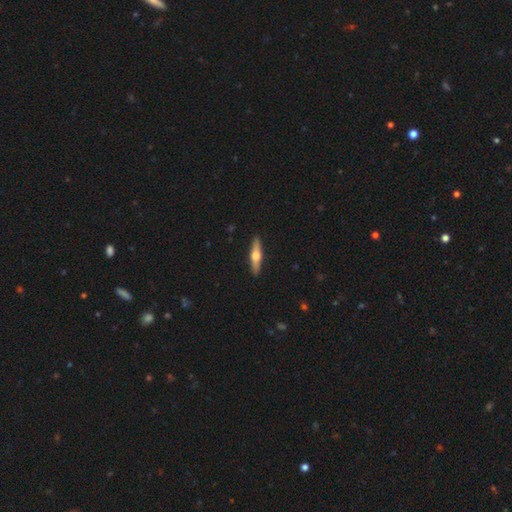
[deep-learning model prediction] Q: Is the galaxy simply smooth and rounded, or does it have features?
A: featured or disk — 60%.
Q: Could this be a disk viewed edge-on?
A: yes — 96%.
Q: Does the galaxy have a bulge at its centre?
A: rounded — 93%.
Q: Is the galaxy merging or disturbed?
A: none — 91%.